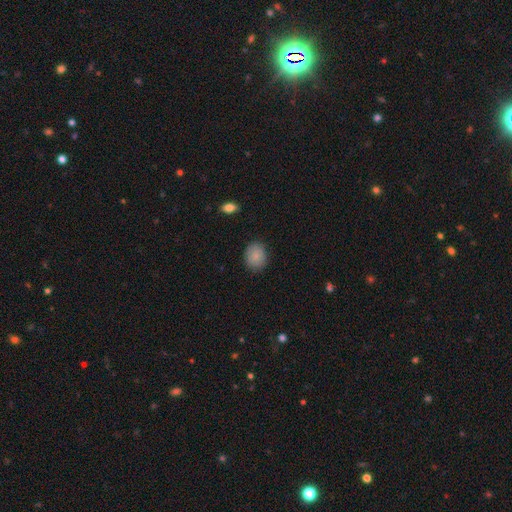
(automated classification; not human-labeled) smooth_or_featured: smooth (p=0.86) [alt: star or artifact p=0.08]
how_rounded: round (p=0.58) [alt: in between p=0.41]
merging: none (p=0.85) [alt: minor disturbance p=0.11]